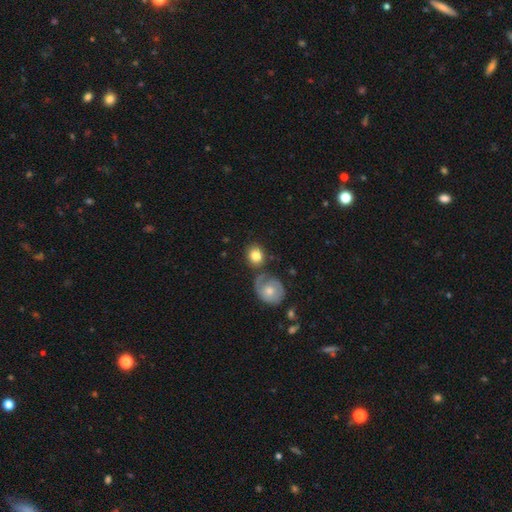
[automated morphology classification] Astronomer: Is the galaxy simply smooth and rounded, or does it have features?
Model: smooth — 80%.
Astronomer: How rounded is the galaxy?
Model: round — 77%.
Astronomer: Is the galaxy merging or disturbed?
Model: none — 65%.